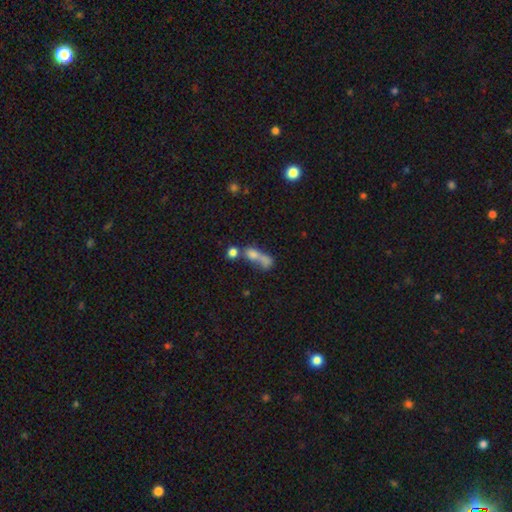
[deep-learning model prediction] This appears to be a smooth galaxy with no disk features (66%) that is in between round and cigar-shaped (49%). Merging: merger (61%).